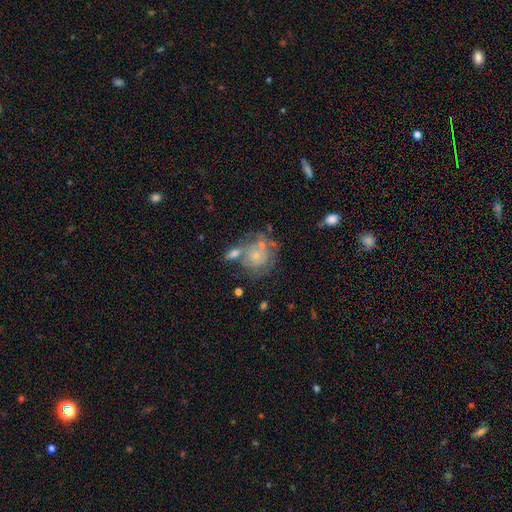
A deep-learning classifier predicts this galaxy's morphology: smooth_or_featured: featured or disk (p=0.51) [alt: smooth p=0.40]
disk_edge_on: no (p=0.97) [alt: yes p=0.03]
merging: none (p=0.36) [alt: merger p=0.29]